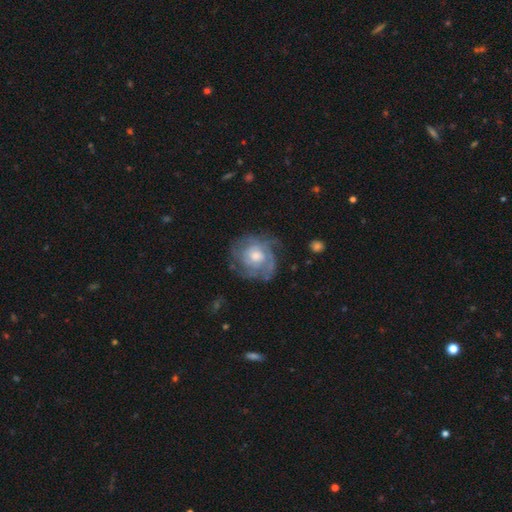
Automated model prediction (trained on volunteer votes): Q: Smooth or featured?
A: featured or disk (76%); runner-up: smooth (17%)
Q: Edge-on disk?
A: no (97%); runner-up: yes (3%)
Q: Bar?
A: no (76%); runner-up: weak (21%)
Q: Spiral arms?
A: yes (90%); runner-up: no (10%)
Q: Spiral winding?
A: tight (61%); runner-up: medium (30%)
Q: Spiral arm count?
A: can't tell (39%); runner-up: 3 (23%)
Q: Bulge size?
A: moderate (66%); runner-up: small (16%)
Q: Merging?
A: none (70%); runner-up: minor disturbance (19%)